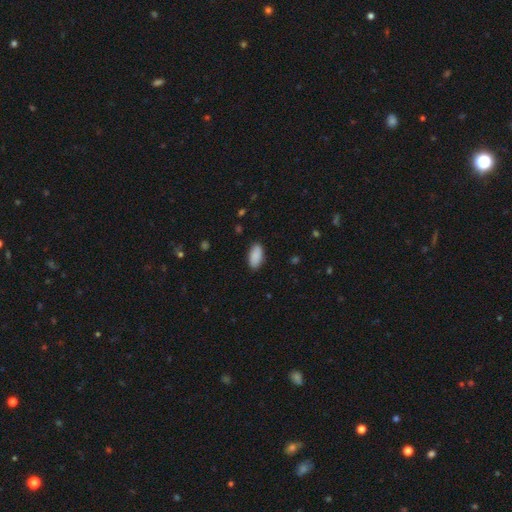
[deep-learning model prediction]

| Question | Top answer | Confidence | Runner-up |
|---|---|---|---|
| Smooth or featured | smooth | 90% | star or artifact (6%) |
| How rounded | in between | 93% | cigar-shaped (5%) |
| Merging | none | 88% | minor disturbance (9%) |